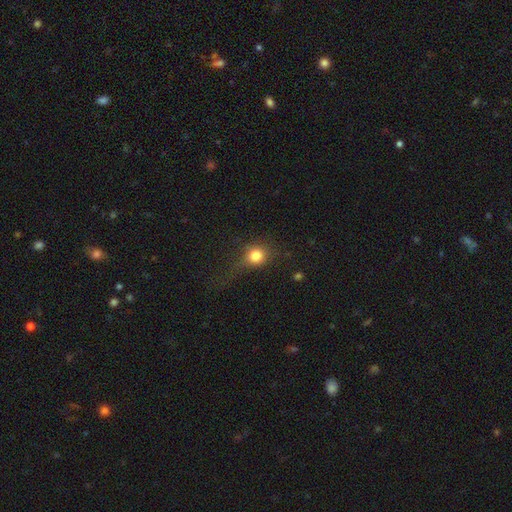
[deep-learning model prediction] Smooth or featured?
  - smooth: 76% *
  - star or artifact: 13%
  - featured or disk: 11%
How rounded?
  - round: 79% *
  - in between: 19%
  - cigar-shaped: 2%
Merging?
  - none: 52% *
  - minor disturbance: 24%
  - major disturbance: 21%
  - merger: 3%